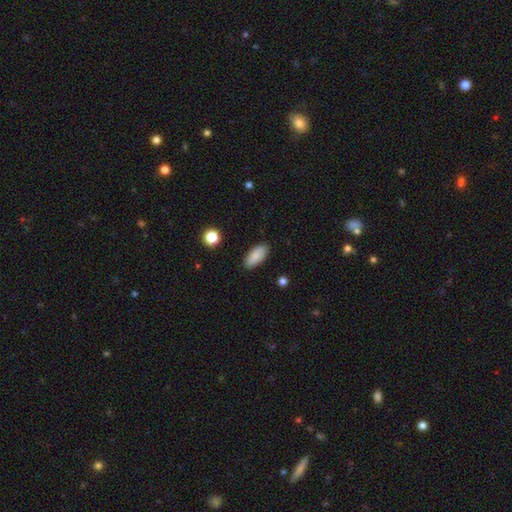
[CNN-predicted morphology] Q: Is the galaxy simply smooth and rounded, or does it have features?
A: smooth — 86%.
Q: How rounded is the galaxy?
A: in between — 87%.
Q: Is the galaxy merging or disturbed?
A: none — 88%.